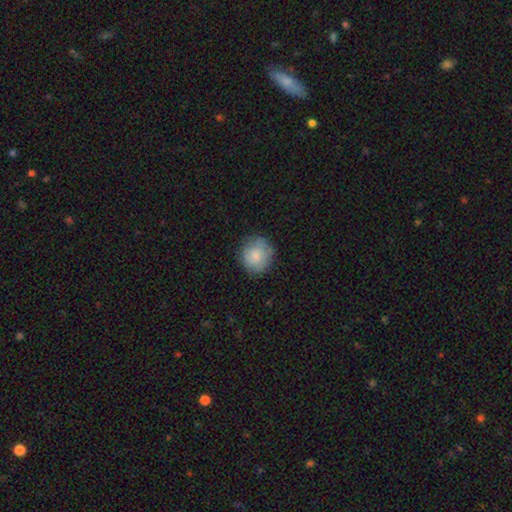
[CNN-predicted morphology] Smooth or featured?
  - smooth: 80% *
  - featured or disk: 13%
  - star or artifact: 7%
How rounded?
  - round: 86% *
  - in between: 13%
  - cigar-shaped: 1%
Merging?
  - none: 76% *
  - minor disturbance: 18%
  - major disturbance: 5%
  - merger: 1%